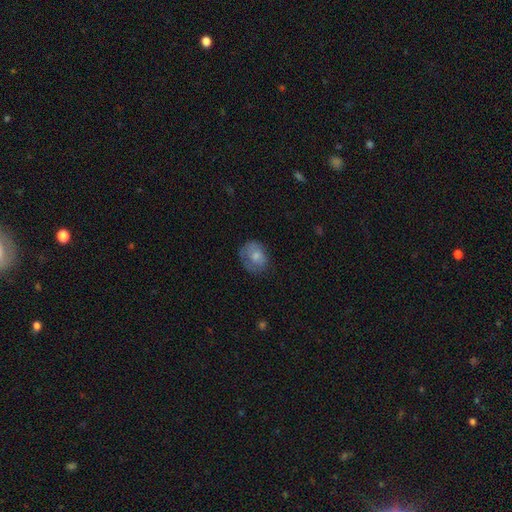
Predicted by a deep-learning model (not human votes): Overall: smooth (69%). How rounded: in between (50%; round 49%). Merging: none (59%; minor disturbance 27%).